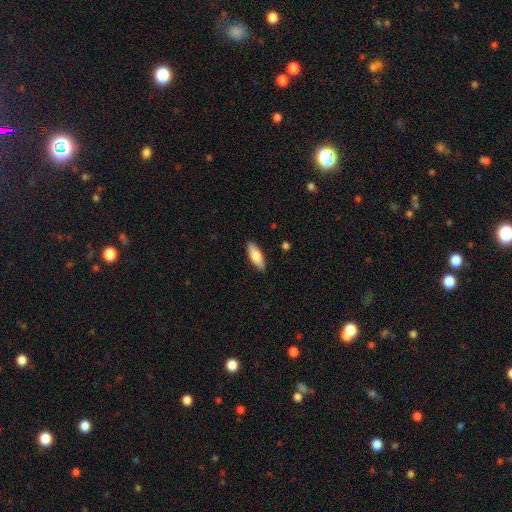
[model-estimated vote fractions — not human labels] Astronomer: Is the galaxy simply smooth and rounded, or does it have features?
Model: smooth — 73%.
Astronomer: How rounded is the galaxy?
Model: in between — 59% (runner-up: cigar-shaped, 39%).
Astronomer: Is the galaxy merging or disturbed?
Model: none — 89%.